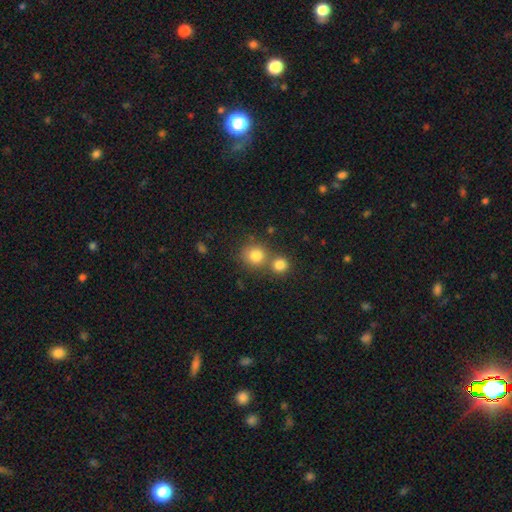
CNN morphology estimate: Smooth or featured: smooth — 81% (star or artifact — 11%)
How rounded: round — 87% (in between — 12%)
Merging: none — 55% (merger — 34%)